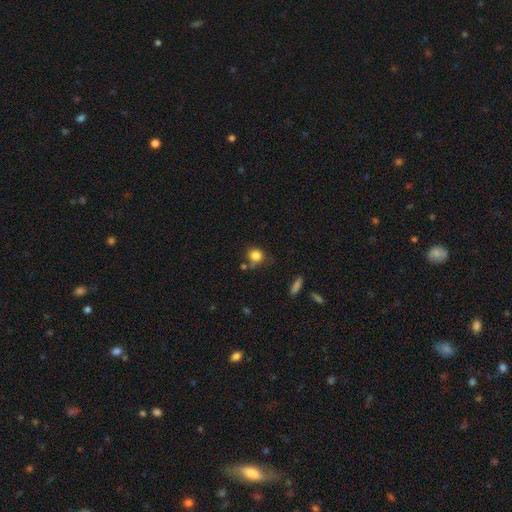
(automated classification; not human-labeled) Overall: smooth (83%). How rounded: round (78%). Merging: none (64%).